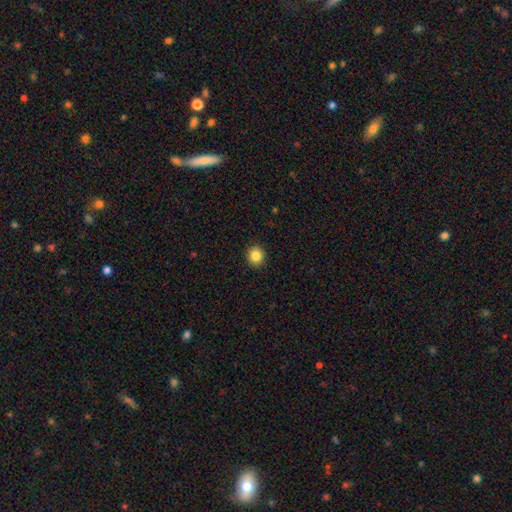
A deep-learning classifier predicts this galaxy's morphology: smooth 85%, star or artifact 10%, featured or disk 4%. Down the decision tree: how rounded — round (89%); merging — none (92%).